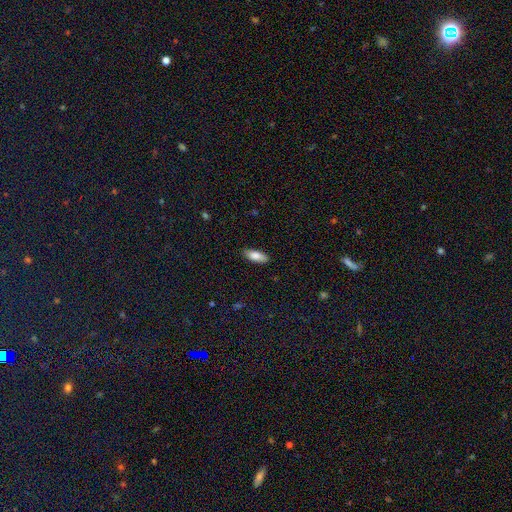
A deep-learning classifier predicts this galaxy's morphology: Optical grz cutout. It shows a smooth galaxy with no disk features (83%) that is in between round and cigar-shaped (77%). Merging: none (84%).